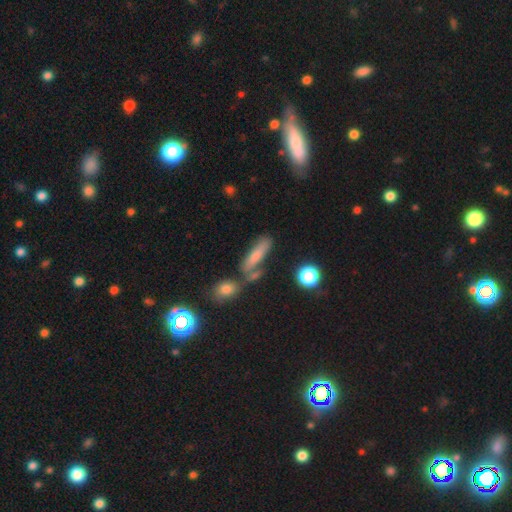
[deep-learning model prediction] smooth-or-featured: smooth: 66% | featured or disk: 23% | star or artifact: 10%
  how-rounded: cigar-shaped: 63% | in between: 32% | round: 5%
  merging: none: 56% | merger: 25% | minor disturbance: 14% | major disturbance: 6%